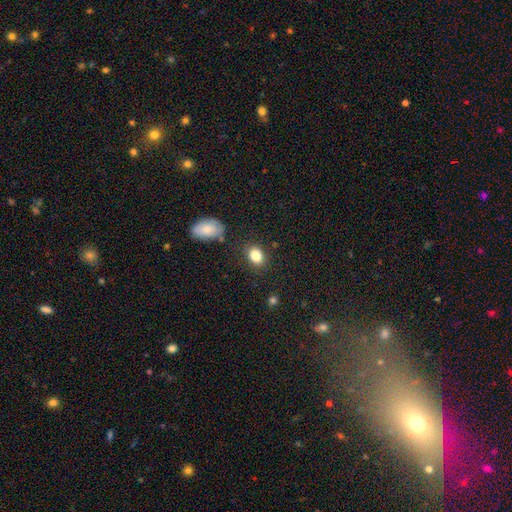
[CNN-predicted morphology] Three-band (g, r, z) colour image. It shows a smooth galaxy with no disk features (84%) that is in between round and cigar-shaped (70%). Merging: none (83%).